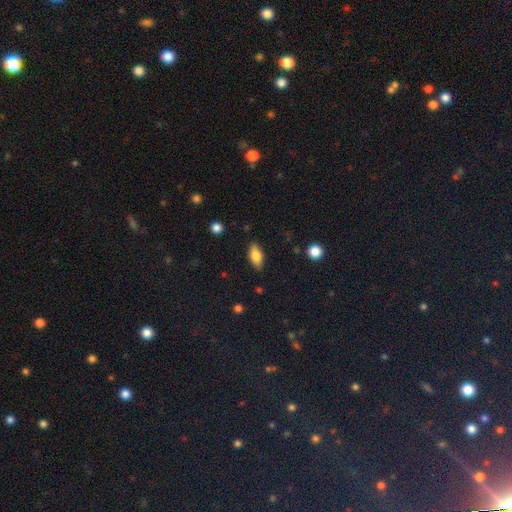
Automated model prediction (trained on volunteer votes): smooth-or-featured: smooth: 80% | featured or disk: 13% | star or artifact: 7%
  how-rounded: in between: 89% | cigar-shaped: 8% | round: 3%
  merging: none: 84% | minor disturbance: 12% | major disturbance: 3% | merger: 1%